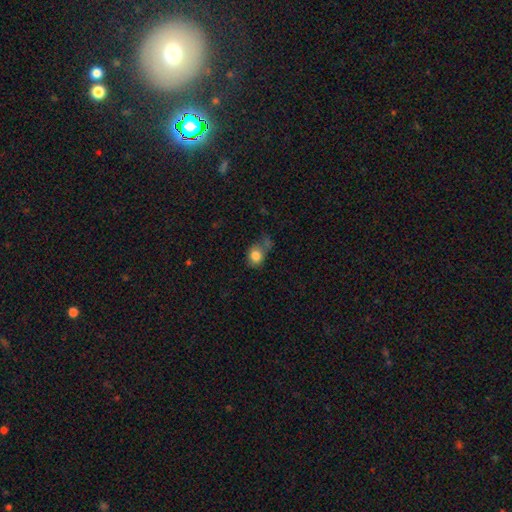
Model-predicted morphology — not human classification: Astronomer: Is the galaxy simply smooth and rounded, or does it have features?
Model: smooth — 82%.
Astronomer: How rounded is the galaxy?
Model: round — 53% (runner-up: in between, 46%).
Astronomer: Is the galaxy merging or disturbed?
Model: none — 37% (runner-up: minor disturbance, 28%).